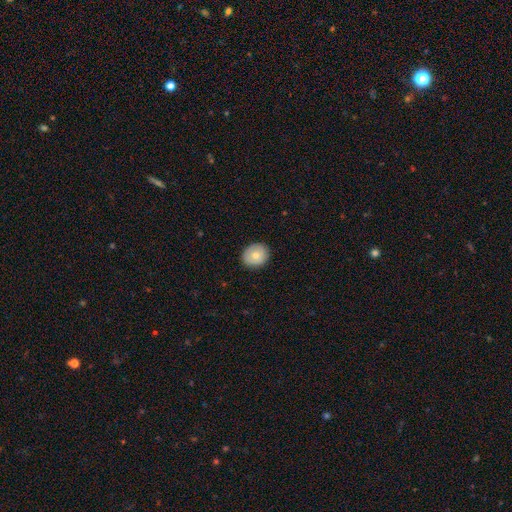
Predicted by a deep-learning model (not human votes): Smooth or featured? Predicted: smooth (p=0.70). How rounded? Predicted: round (p=0.73). Merging? Predicted: none (p=0.88).